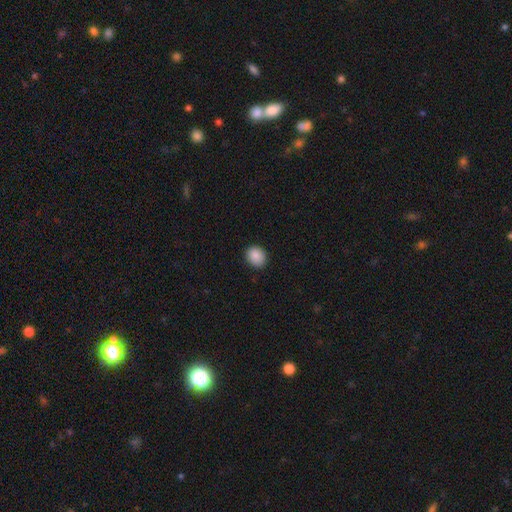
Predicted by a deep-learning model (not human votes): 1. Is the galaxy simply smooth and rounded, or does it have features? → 88% smooth, 8% star or artifact, 3% featured or disk.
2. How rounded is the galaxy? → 63% round, 36% in between, 1% cigar-shaped.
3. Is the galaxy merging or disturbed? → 88% none, 9% minor disturbance, 2% major disturbance, 1% merger.